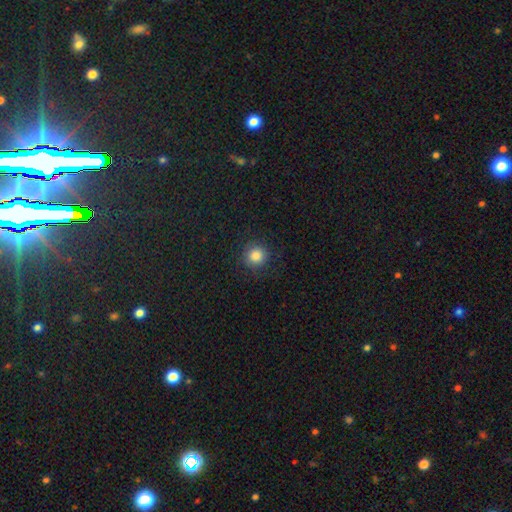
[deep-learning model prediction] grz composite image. It shows a smooth galaxy with no disk features (84%) that is round (93%). Merging: none (88%).